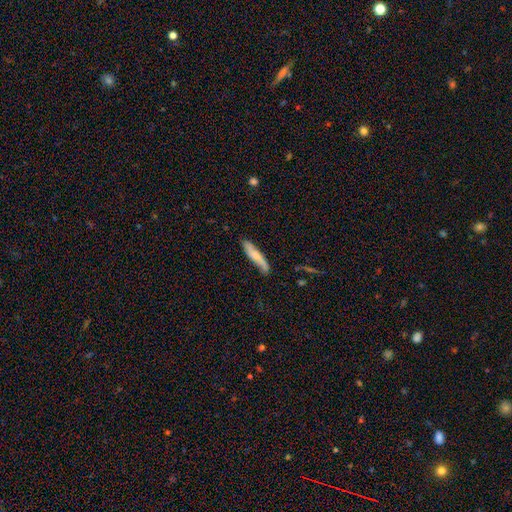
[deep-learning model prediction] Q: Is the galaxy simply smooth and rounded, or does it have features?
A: smooth — 61%.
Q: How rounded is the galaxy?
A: cigar-shaped — 85%.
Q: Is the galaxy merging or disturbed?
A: none — 79%.